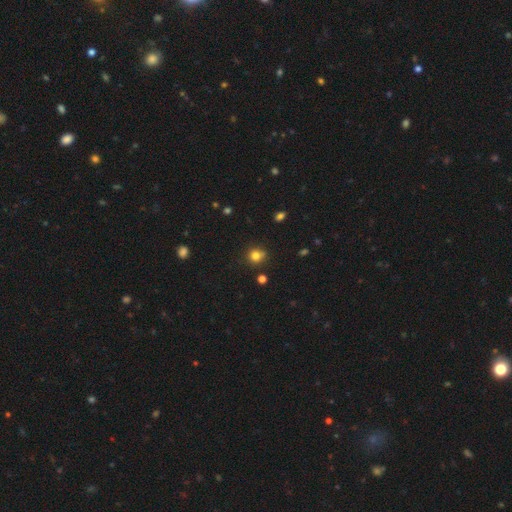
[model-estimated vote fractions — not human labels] Smooth or featured?
  - smooth: 79% *
  - star or artifact: 15%
  - featured or disk: 7%
How rounded?
  - round: 86% *
  - in between: 13%
  - cigar-shaped: 1%
Merging?
  - none: 72% *
  - minor disturbance: 17%
  - merger: 8%
  - major disturbance: 4%